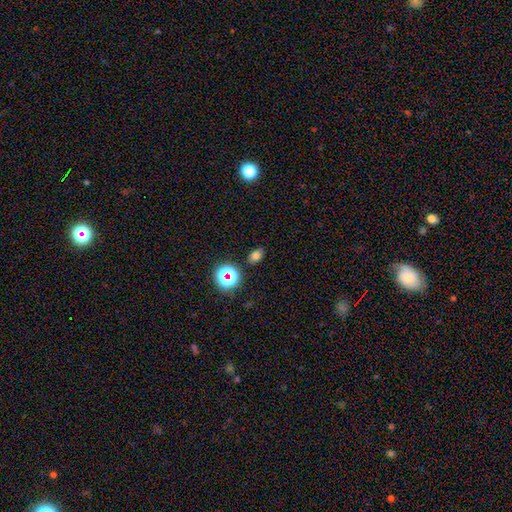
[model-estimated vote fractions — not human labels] Smooth or featured?
  - smooth: 72% *
  - star or artifact: 22%
  - featured or disk: 6%
How rounded?
  - in between: 71% *
  - round: 28%
  - cigar-shaped: 1%
Merging?
  - none: 83% *
  - minor disturbance: 11%
  - major disturbance: 3%
  - merger: 3%